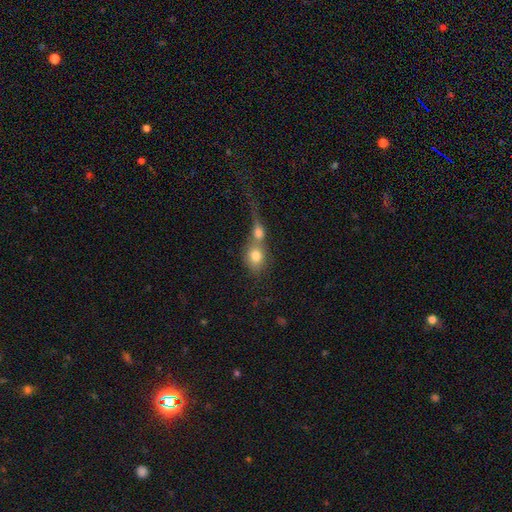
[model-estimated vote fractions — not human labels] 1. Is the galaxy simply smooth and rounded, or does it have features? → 76% smooth, 15% featured or disk, 9% star or artifact.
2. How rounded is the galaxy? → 57% round, 40% in between, 3% cigar-shaped.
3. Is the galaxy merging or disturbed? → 68% merger, 20% none, 6% minor disturbance, 5% major disturbance.